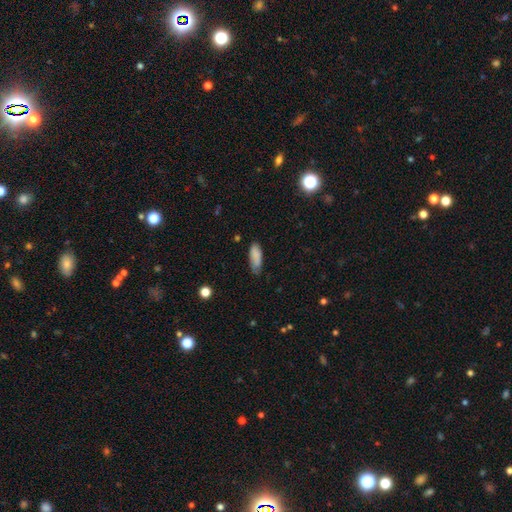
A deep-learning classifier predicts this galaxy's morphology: A smooth galaxy with no disk features (84%) that is in between round and cigar-shaped (73%). Merging: none (60%).